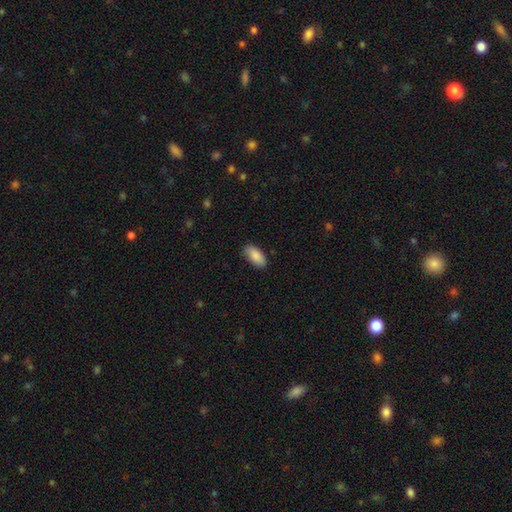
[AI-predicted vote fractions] A smooth galaxy with no disk features (89%) that is in between round and cigar-shaped (93%).

Vote fractions:
- Smooth or featured? smooth: 89% / star or artifact: 6% / featured or disk: 5%
- How rounded? in between: 93% / cigar-shaped: 5% / round: 2%
- Merging? none: 83% / minor disturbance: 14% / major disturbance: 2% / merger: 1%